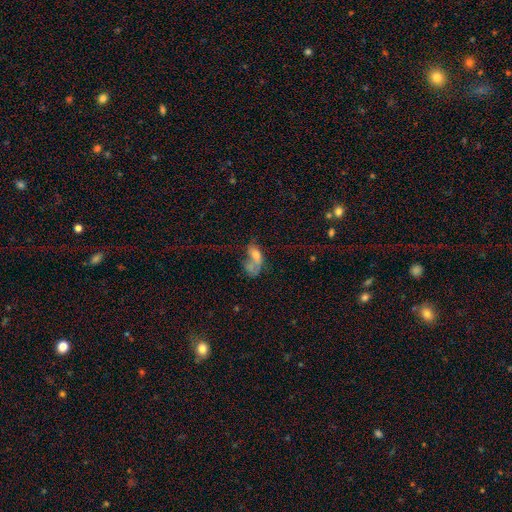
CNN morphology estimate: smooth-or-featured: smooth: 43% | featured or disk: 38% | star or artifact: 19%
  merging: merger: 32% | major disturbance: 30% | none: 24% | minor disturbance: 15%